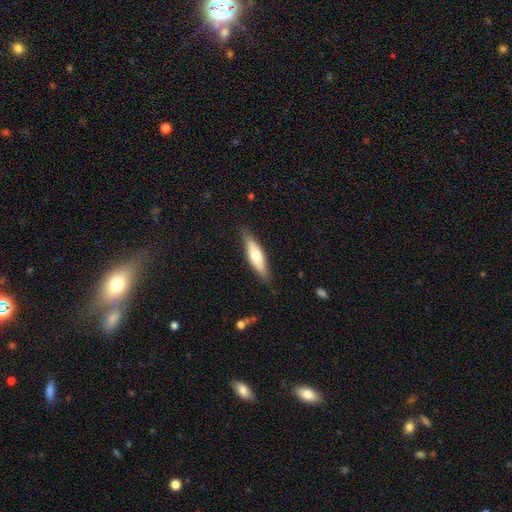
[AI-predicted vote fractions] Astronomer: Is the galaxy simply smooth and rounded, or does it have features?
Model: smooth — 56% (runner-up: featured or disk, 38%).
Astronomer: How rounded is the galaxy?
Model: cigar-shaped — 65%.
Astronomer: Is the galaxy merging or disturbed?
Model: none — 84%.